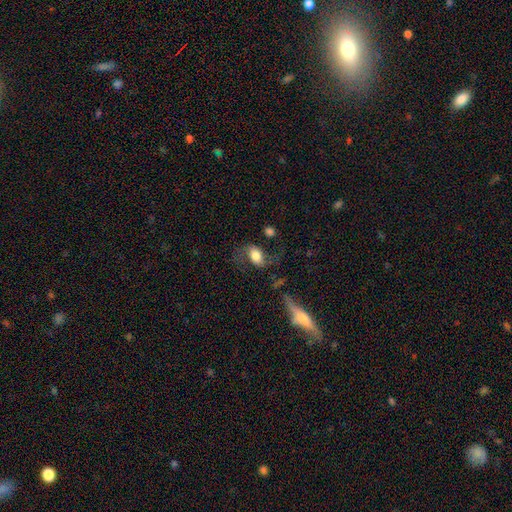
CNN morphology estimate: The model was most divided on "smooth or featured": featured or disk: 46%, smooth: 45%, star or artifact: 9%. More confident: merging — none (54%).